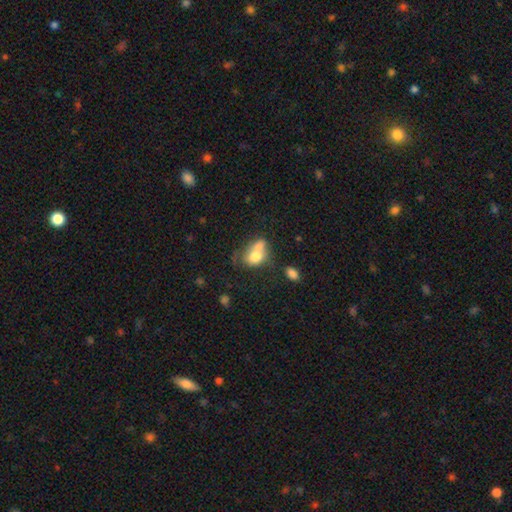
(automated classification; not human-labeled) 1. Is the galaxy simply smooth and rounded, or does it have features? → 71% smooth, 19% featured or disk, 9% star or artifact.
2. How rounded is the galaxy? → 64% in between, 34% round, 2% cigar-shaped.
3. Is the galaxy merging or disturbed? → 54% merger, 23% none, 14% minor disturbance, 10% major disturbance.